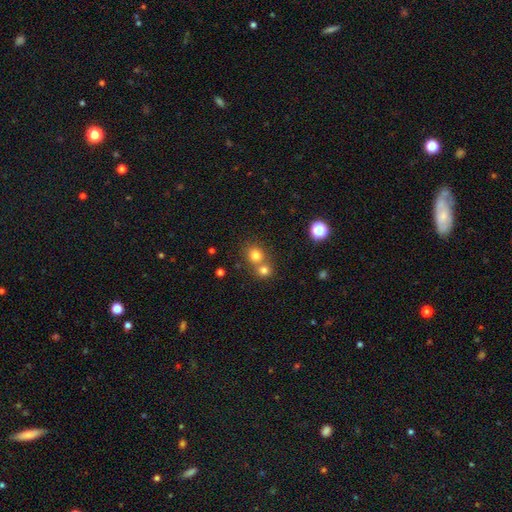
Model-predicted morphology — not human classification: smooth-or-featured: smooth: 77% | star or artifact: 14% | featured or disk: 9%
  how-rounded: round: 81% | in between: 18% | cigar-shaped: 1%
  merging: none: 47% | merger: 44% | minor disturbance: 6% | major disturbance: 2%